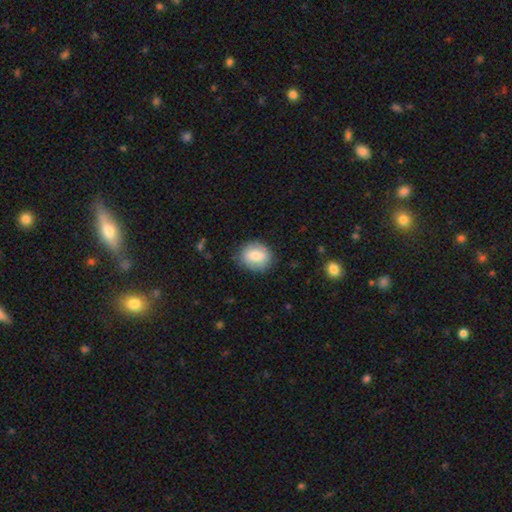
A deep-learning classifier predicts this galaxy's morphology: Q: Smooth or featured?
A: smooth (75%); runner-up: featured or disk (17%)
Q: How rounded?
A: round (55%); runner-up: in between (44%)
Q: Merging?
A: none (82%); runner-up: minor disturbance (13%)